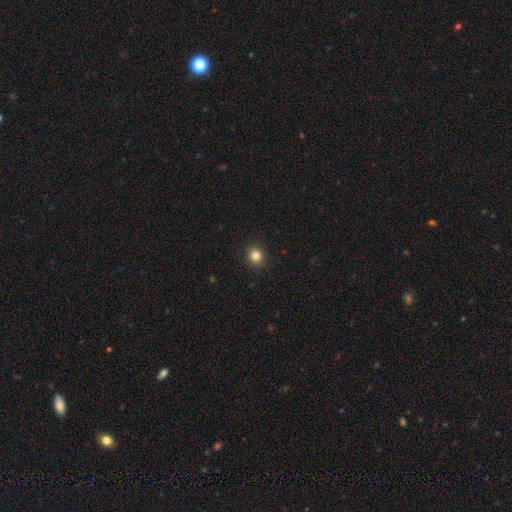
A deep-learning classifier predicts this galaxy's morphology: type=smooth (82%); roundness=round (85%); merging=none (92%).